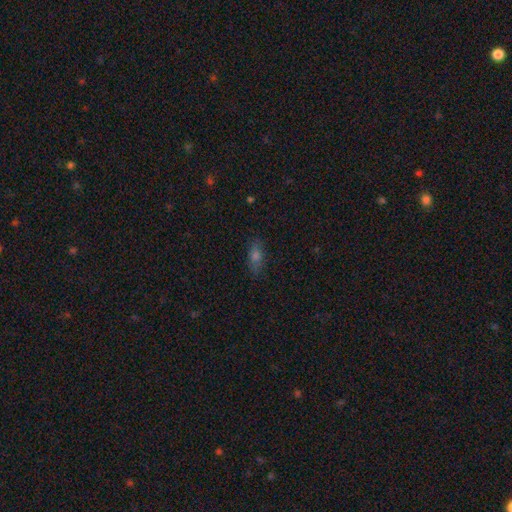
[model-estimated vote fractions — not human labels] Morphology: type=smooth (63%); roundness=in between (67%); merging=none (83%).